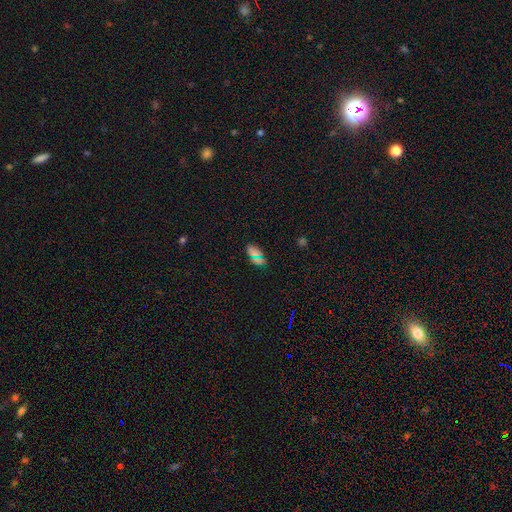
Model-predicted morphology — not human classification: The model was most divided on "smooth or featured": smooth: 69%, star or artifact: 24%, featured or disk: 7%. More confident: how rounded — in between (89%); merging — none (84%).